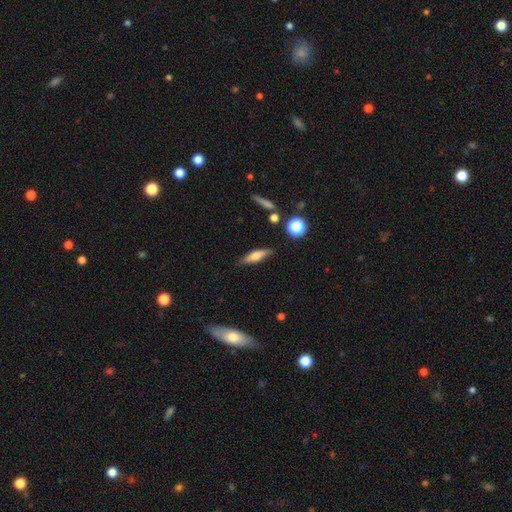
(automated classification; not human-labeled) Morphology: type=smooth (55%); roundness=cigar-shaped (60%); merging=none (83%).